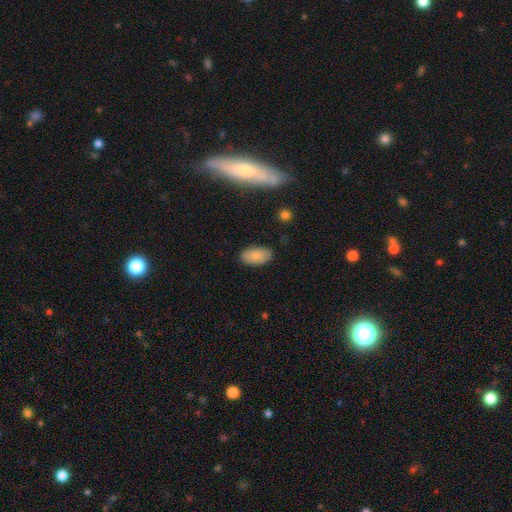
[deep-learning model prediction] Smooth or featured: smooth — 86% (star or artifact — 7%)
How rounded: in between — 95% (round — 4%)
Merging: none — 84% (minor disturbance — 12%)